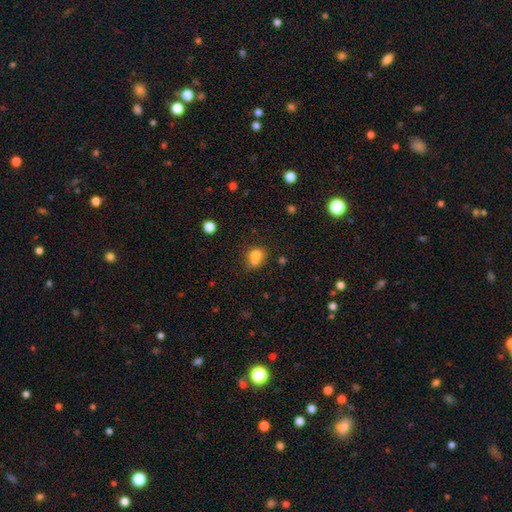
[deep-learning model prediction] Smooth or featured? smooth (73%)
How rounded? round (68%)
Merging? merger (47%)